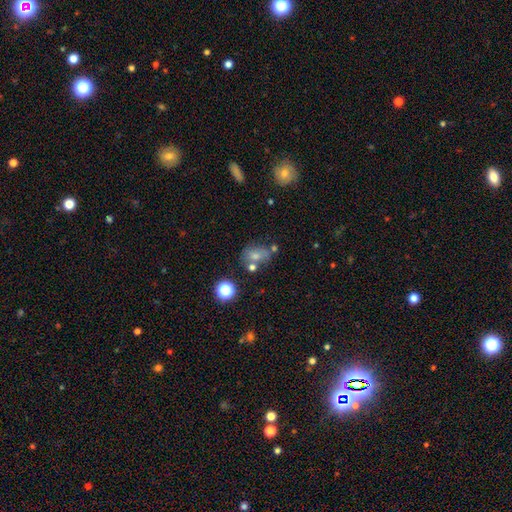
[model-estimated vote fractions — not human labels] smooth_or_featured: smooth (p=0.63) [alt: featured or disk p=0.20]
how_rounded: in between (p=0.62) [alt: round p=0.36]
merging: none (p=0.49) [alt: merger p=0.24]